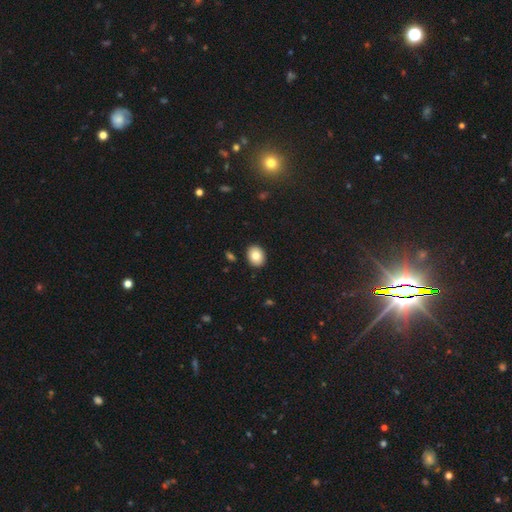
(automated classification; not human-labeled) Q: Smooth or featured?
A: smooth (83%); runner-up: featured or disk (9%)
Q: How rounded?
A: in between (52%); runner-up: round (47%)
Q: Merging?
A: none (90%); runner-up: minor disturbance (7%)